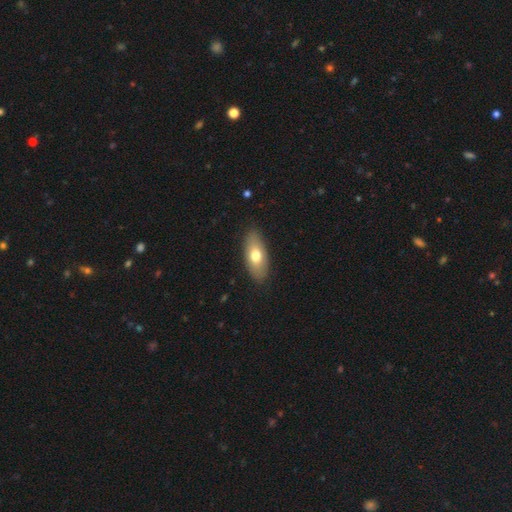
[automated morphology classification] Smooth or featured: smooth — 69% (featured or disk — 25%)
How rounded: in between — 83% (cigar-shaped — 13%)
Merging: none — 86% (minor disturbance — 10%)